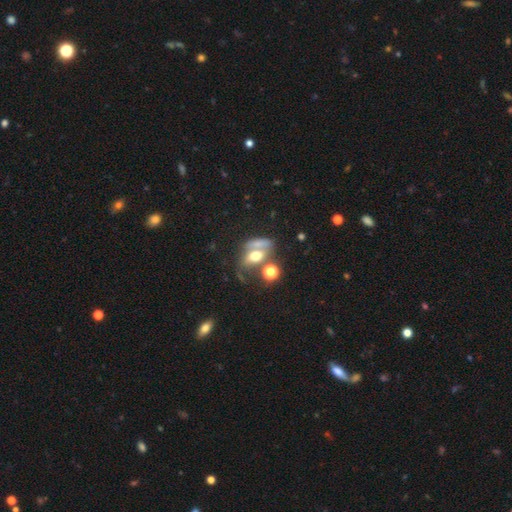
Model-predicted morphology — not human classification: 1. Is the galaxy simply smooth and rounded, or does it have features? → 53% smooth, 34% featured or disk, 13% star or artifact.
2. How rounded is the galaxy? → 67% in between, 24% round, 9% cigar-shaped.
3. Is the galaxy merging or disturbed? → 42% merger, 27% none, 17% major disturbance, 14% minor disturbance.